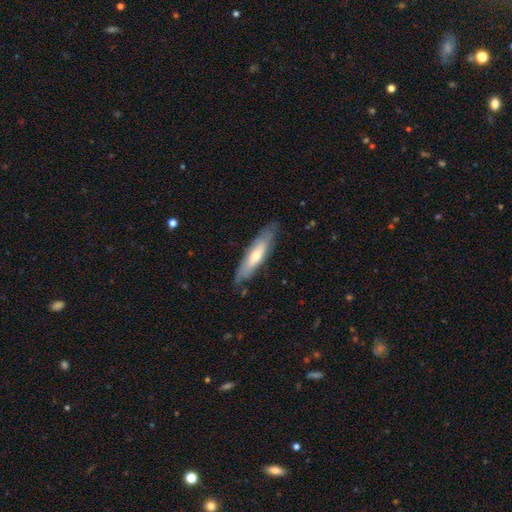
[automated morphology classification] Smooth or featured: smooth — 53% (featured or disk — 42%)
How rounded: cigar-shaped — 73% (in between — 25%)
Merging: none — 79% (minor disturbance — 16%)